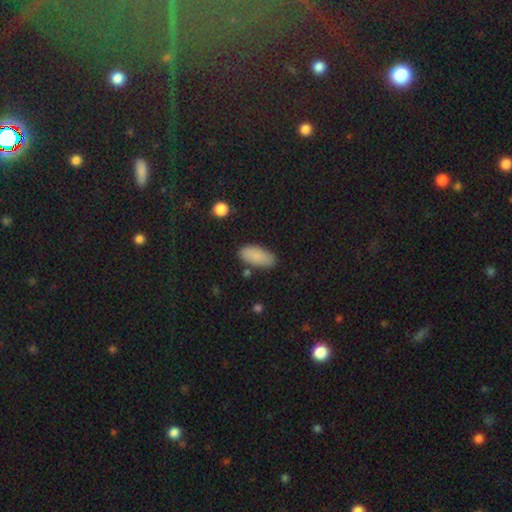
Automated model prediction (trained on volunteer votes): This is clearly a smooth galaxy (87%). How rounded: clearly in between (89%). Merging: likely none (79%).